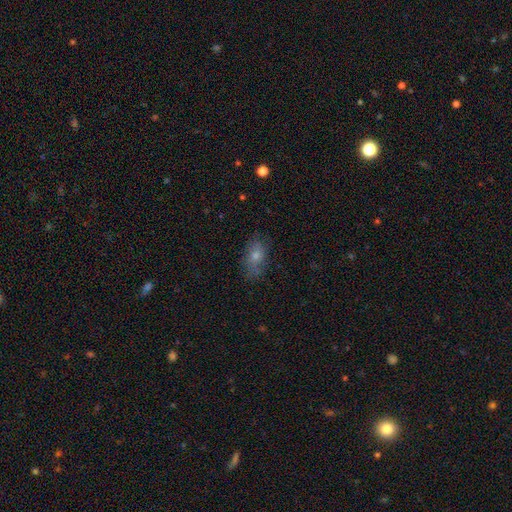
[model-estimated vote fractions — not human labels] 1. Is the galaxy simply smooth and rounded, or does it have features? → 55% smooth, 28% featured or disk, 16% star or artifact.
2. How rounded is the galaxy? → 81% in between, 13% round, 5% cigar-shaped.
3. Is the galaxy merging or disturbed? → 75% none, 18% minor disturbance, 6% major disturbance, 1% merger.